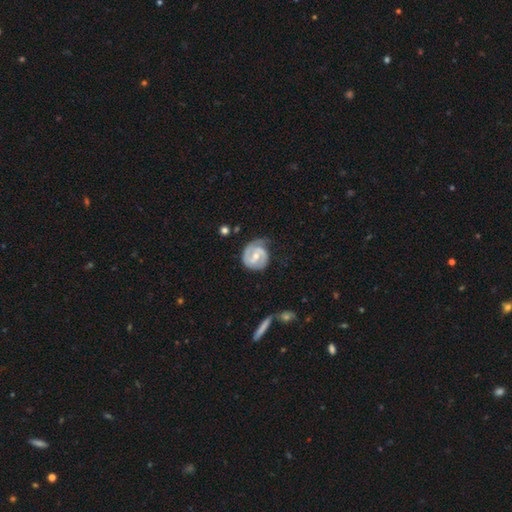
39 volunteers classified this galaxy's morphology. Overall: featured or disk (74%). Edge-on disk: no (97%). Bar: weak (71%). Spiral arms: yes (93%). Spiral arm count: 2 (62%; can't tell 27%). Spiral winding: tight (58%; medium 35%). Bulge size: moderate (50%, tied with small). Merging: none (43%, tied with minor disturbance).